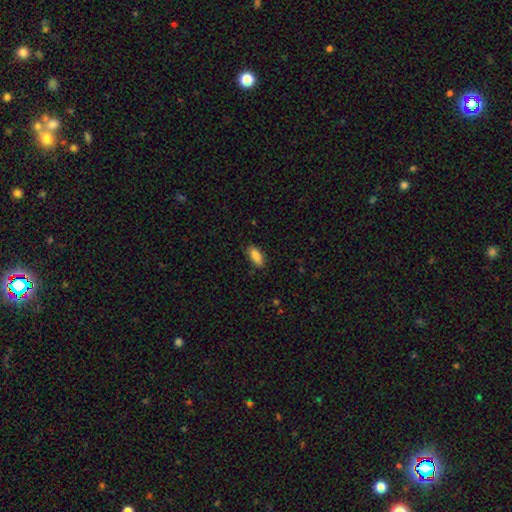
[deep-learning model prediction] A smooth galaxy with no disk features (87%) that is in between round and cigar-shaped (83%).

Vote fractions:
- Smooth or featured? smooth: 87% / star or artifact: 7% / featured or disk: 6%
- How rounded? in between: 83% / cigar-shaped: 15% / round: 2%
- Merging? none: 84% / minor disturbance: 12% / major disturbance: 2% / merger: 1%